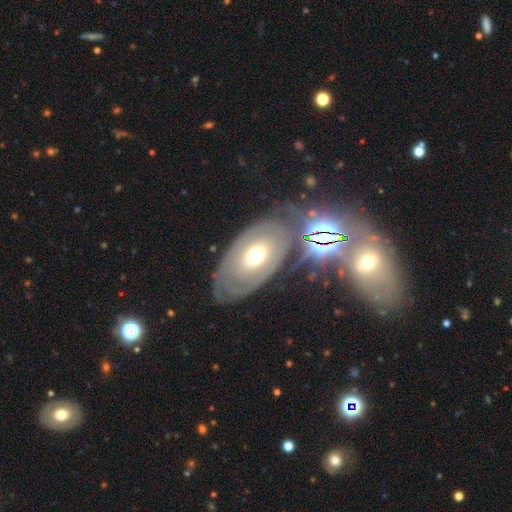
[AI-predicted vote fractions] This appears to be a featured or disk galaxy (62%) with no bar (77%), spiral arms (52%) and a moderate central bulge (68%). Merging: none (70%).